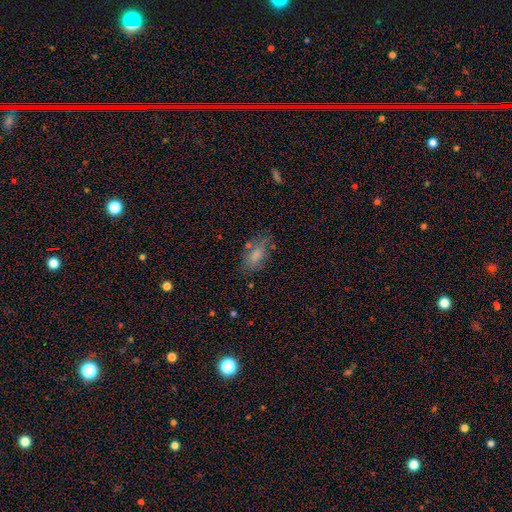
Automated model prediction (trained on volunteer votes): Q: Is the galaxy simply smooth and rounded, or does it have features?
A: smooth — 74%.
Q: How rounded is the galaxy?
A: in between — 88%.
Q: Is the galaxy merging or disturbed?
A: none — 57%.